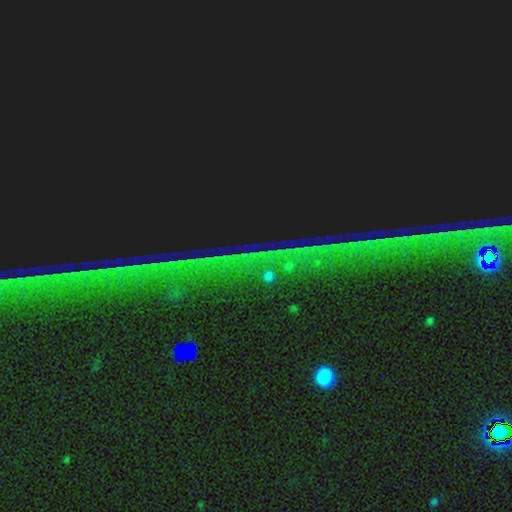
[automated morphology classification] Smooth or featured?
  - star or artifact: 87% *
  - featured or disk: 7%
  - smooth: 6%